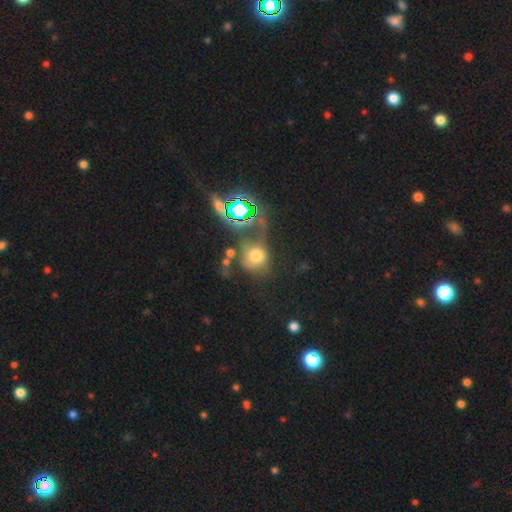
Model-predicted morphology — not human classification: Overall: smooth (62%). How rounded: round (75%). Merging: none (38%; major disturbance 24%).